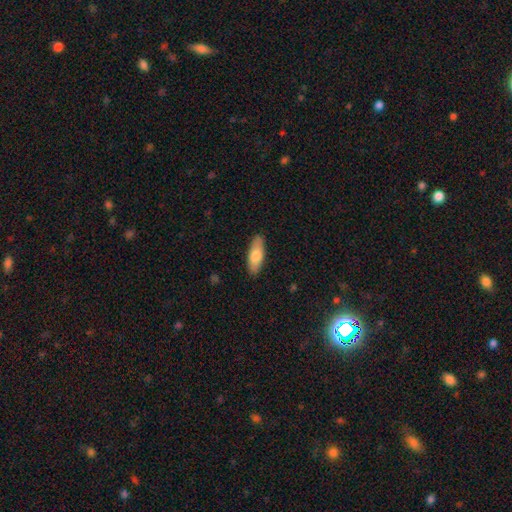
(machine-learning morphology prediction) Smooth or featured? smooth (74%)
How rounded? in between (69%)
Merging? none (88%)